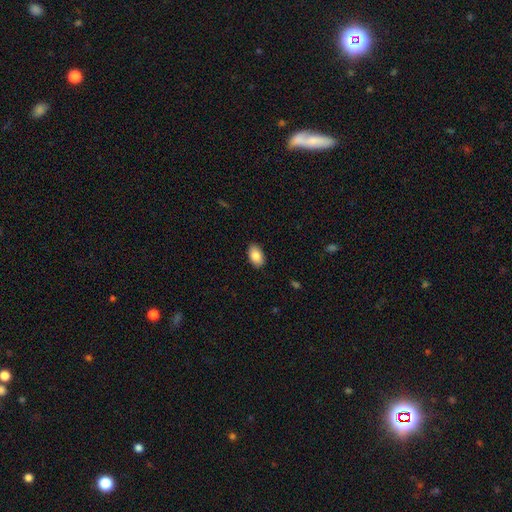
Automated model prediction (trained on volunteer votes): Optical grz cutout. It shows a smooth galaxy with no disk features (87%) that is in between round and cigar-shaped (92%). Merging: none (88%).